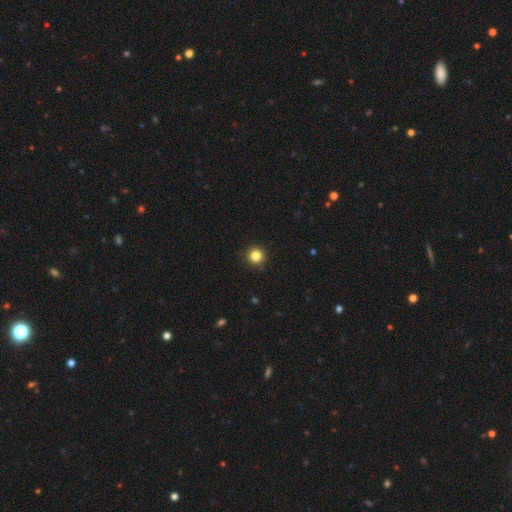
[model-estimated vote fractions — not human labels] Smooth or featured?
  - smooth: 84% *
  - star or artifact: 12%
  - featured or disk: 5%
How rounded?
  - round: 96% *
  - in between: 3%
  - cigar-shaped: 1%
Merging?
  - none: 92% *
  - minor disturbance: 5%
  - major disturbance: 2%
  - merger: 1%